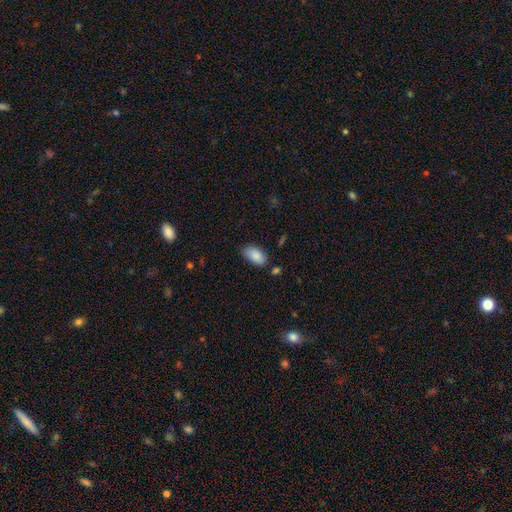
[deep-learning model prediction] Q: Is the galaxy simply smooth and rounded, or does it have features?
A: smooth — 87%.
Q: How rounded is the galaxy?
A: in between — 94%.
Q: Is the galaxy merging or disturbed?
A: none — 73%.